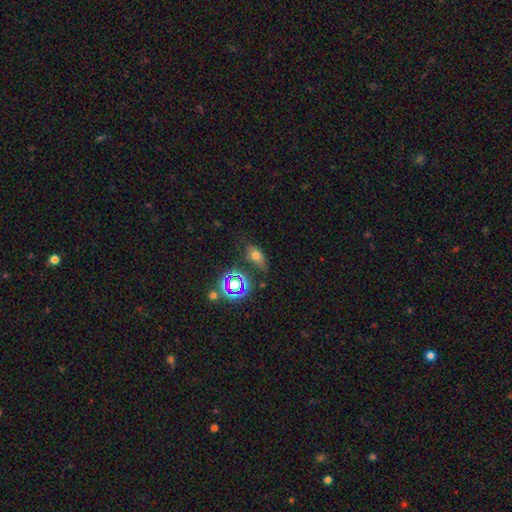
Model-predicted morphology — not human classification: Q: Smooth or featured?
A: smooth (61%); runner-up: star or artifact (23%)
Q: How rounded?
A: in between (76%); runner-up: round (15%)
Q: Merging?
A: none (66%); runner-up: minor disturbance (21%)